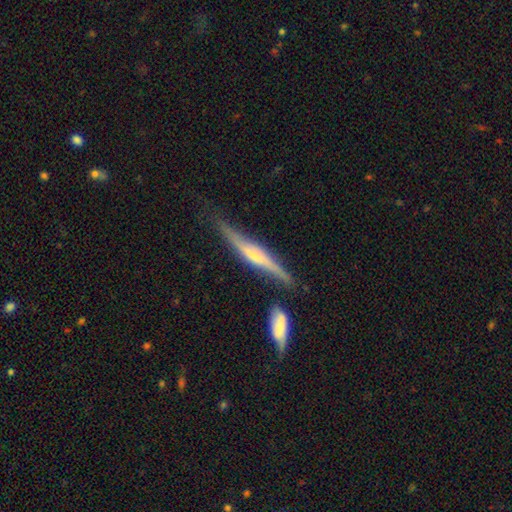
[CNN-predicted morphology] A featured or disk galaxy (68%) viewed edge-on (93%) with a rounded central bulge (51%). Merging: none (67%).